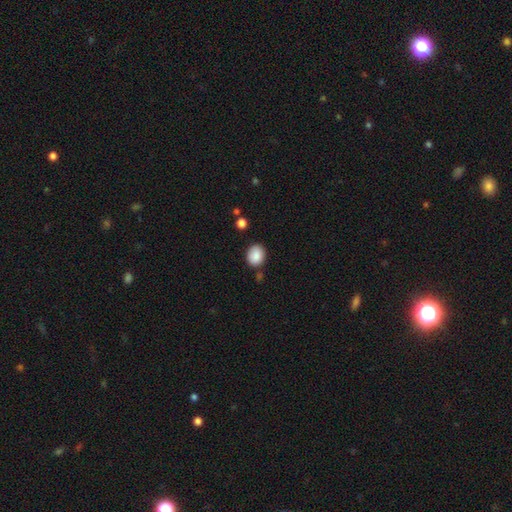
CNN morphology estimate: Smooth or featured? Predicted: smooth (p=0.88). How rounded? Predicted: round (p=0.55). Merging? Predicted: none (p=0.80).